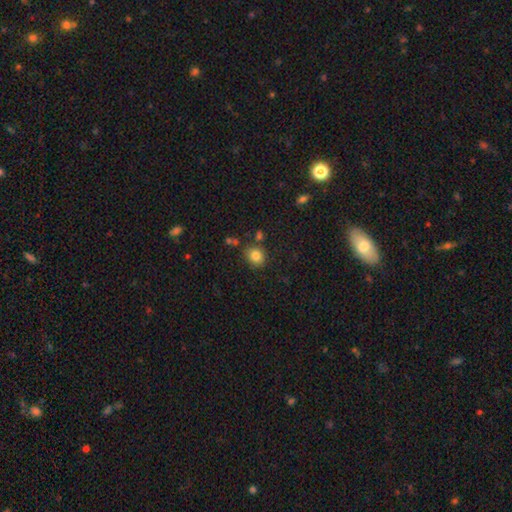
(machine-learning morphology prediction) The model was most divided on "how rounded": round: 71%, in between: 29%, cigar-shaped: 1%. More confident: smooth or featured — smooth (82%); merging — none (77%).